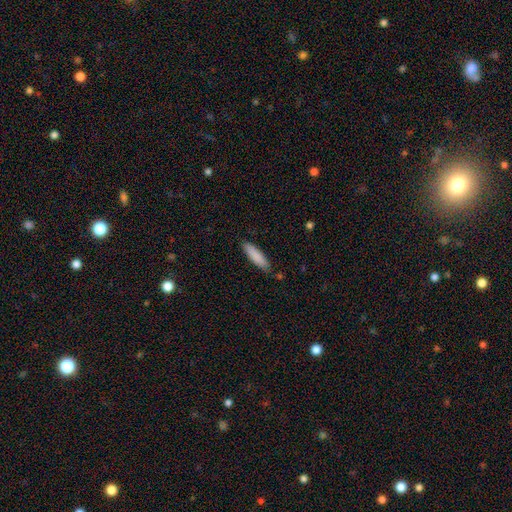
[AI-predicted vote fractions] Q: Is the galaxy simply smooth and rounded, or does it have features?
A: smooth — 86%.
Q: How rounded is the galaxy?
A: cigar-shaped — 69%.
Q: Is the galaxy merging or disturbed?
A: none — 85%.